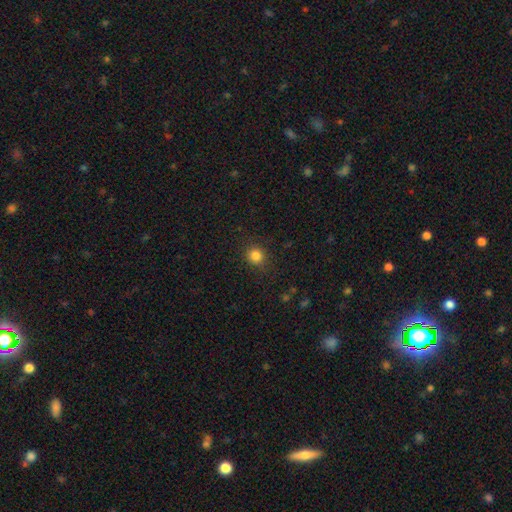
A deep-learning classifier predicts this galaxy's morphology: Smooth or featured: smooth — 83% (star or artifact — 12%)
How rounded: round — 89% (in between — 10%)
Merging: none — 87% (minor disturbance — 9%)